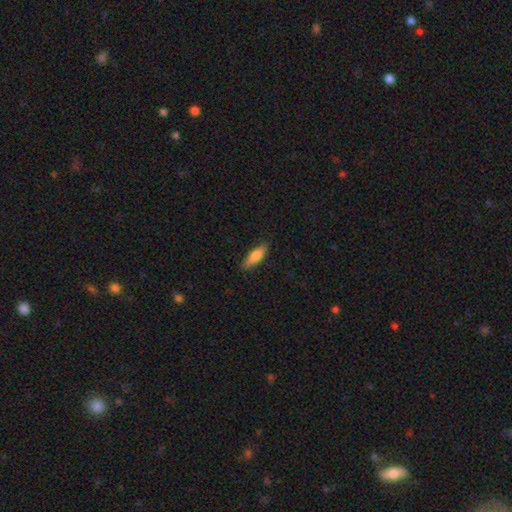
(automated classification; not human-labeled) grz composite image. It shows a smooth galaxy with no disk features (75%) that is cigar-shaped (54%). Merging: none (85%).